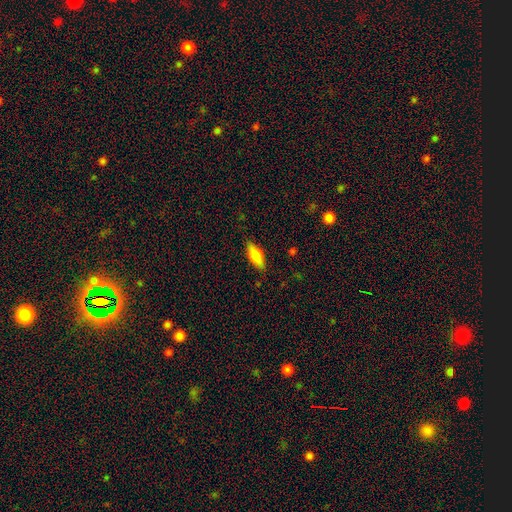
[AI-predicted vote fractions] smooth-or-featured: smooth: 76% | featured or disk: 17% | star or artifact: 6%
  how-rounded: in between: 74% | cigar-shaped: 23% | round: 2%
  merging: none: 85% | minor disturbance: 11% | major disturbance: 2% | merger: 1%